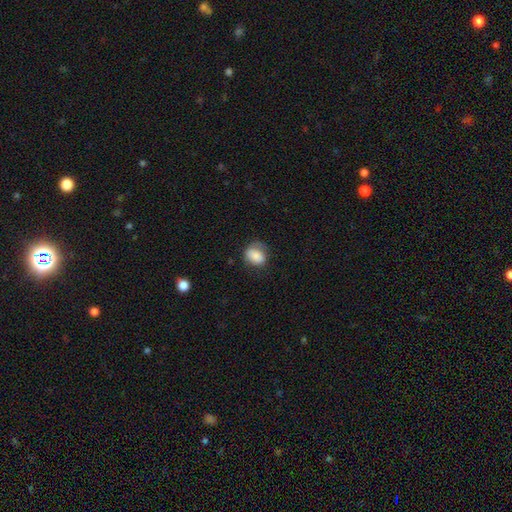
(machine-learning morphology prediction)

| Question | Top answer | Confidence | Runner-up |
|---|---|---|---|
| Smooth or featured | smooth | 81% | featured or disk (11%) |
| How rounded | in between | 52% | round (47%) |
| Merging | none | 60% | minor disturbance (28%) |